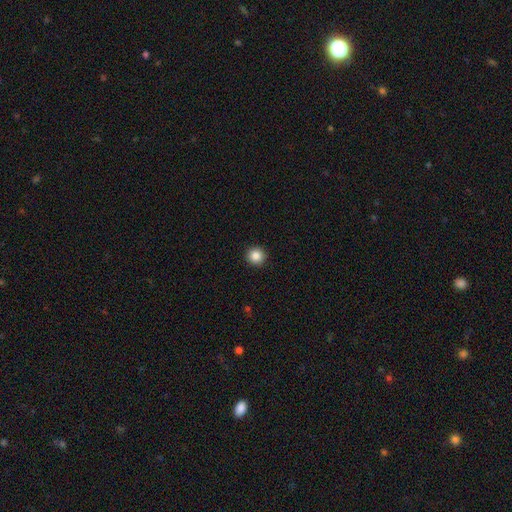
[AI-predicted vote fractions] Q: Smooth or featured?
A: smooth (87%); runner-up: star or artifact (10%)
Q: How rounded?
A: round (95%); runner-up: in between (4%)
Q: Merging?
A: none (93%); runner-up: minor disturbance (4%)